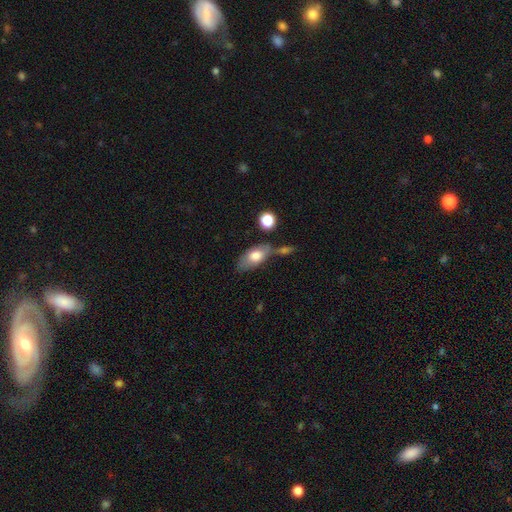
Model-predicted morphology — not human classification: type=smooth (72%); roundness=in between (87%); merging=none (48%).